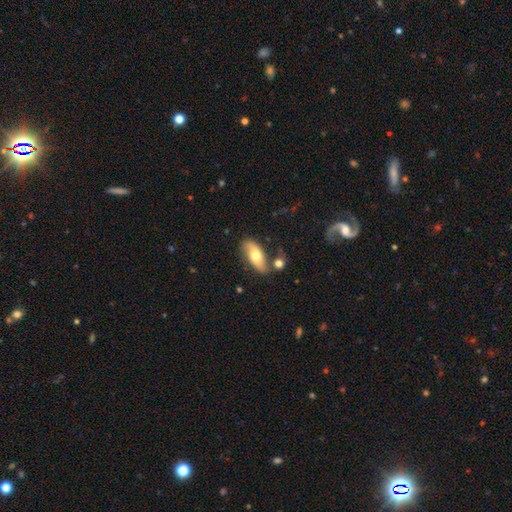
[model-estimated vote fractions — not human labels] A smooth galaxy with no disk features (58%) that is in between round and cigar-shaped (82%).

Vote fractions:
- Smooth or featured? smooth: 58% / featured or disk: 36% / star or artifact: 6%
- How rounded? in between: 82% / cigar-shaped: 14% / round: 4%
- Merging? none: 69% / minor disturbance: 16% / merger: 10% / major disturbance: 5%